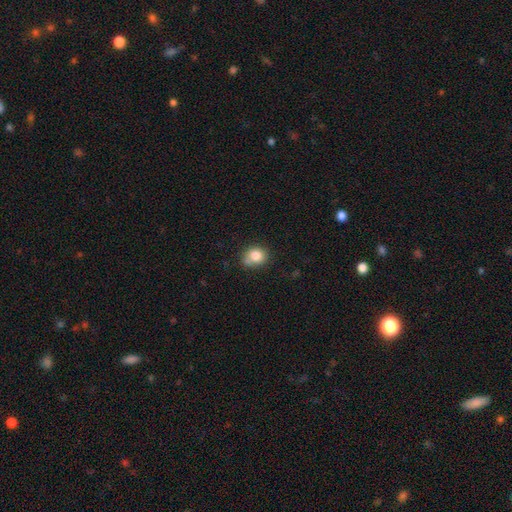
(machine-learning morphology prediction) Smooth or featured? smooth (82%)
How rounded? round (67%)
Merging? none (59%)